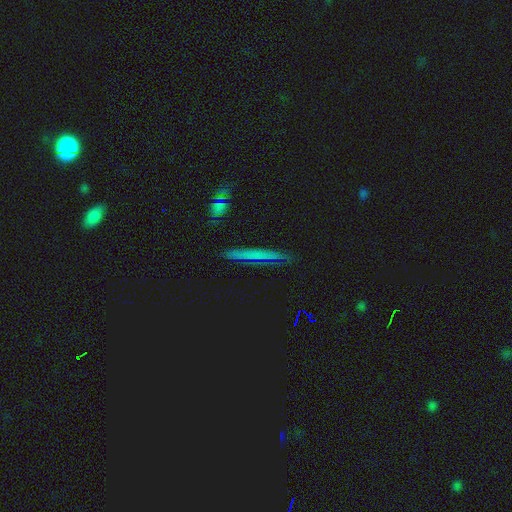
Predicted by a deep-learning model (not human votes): A smooth galaxy with no disk features (47%). Merging: none (86%).